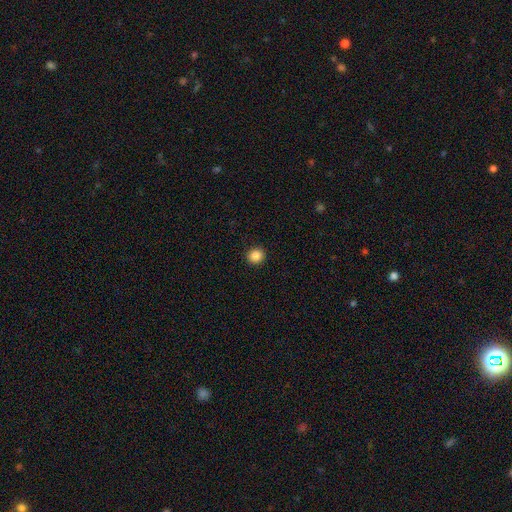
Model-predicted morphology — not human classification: This appears to be a smooth galaxy with no disk features (87%) that is round (84%). Merging: none (92%).